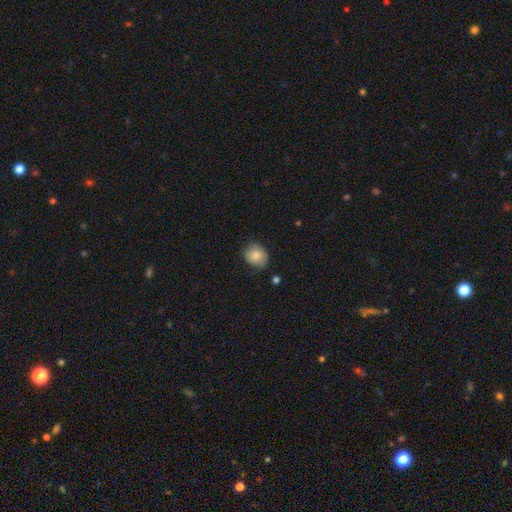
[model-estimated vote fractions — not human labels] The model was most divided on "merging": none: 62%, minor disturbance: 29%, major disturbance: 7%, merger: 2%. More confident: smooth or featured — smooth (77%); how rounded — round (75%).